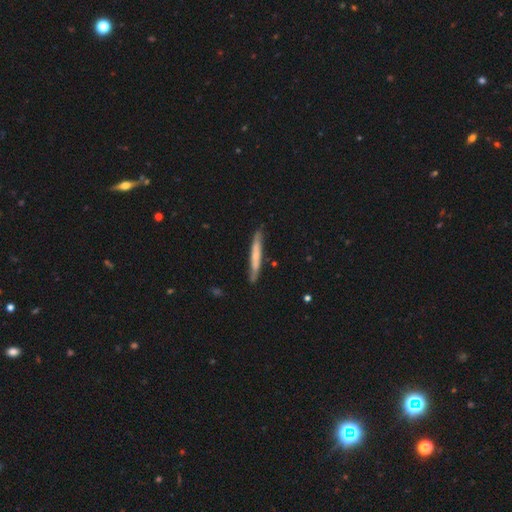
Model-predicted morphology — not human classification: smooth-or-featured: smooth: 51% | featured or disk: 44% | star or artifact: 5%
  how-rounded: cigar-shaped: 96% | in between: 3% | round: 1%
  merging: none: 84% | minor disturbance: 12% | major disturbance: 2% | merger: 2%